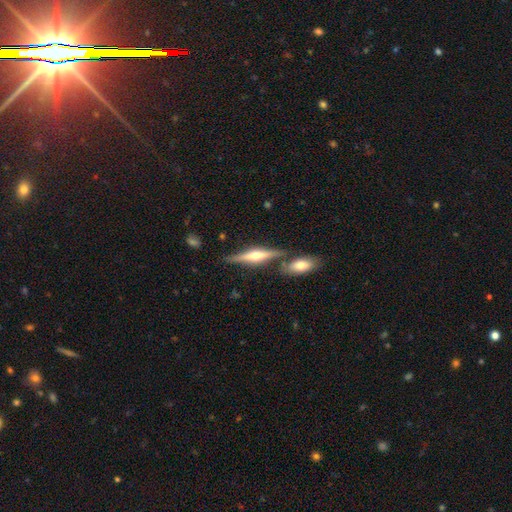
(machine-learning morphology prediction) smooth_or_featured: featured or disk (p=0.70) [alt: smooth p=0.24]
disk_edge_on: yes (p=0.97) [alt: no p=0.03]
edge_on_bulge: rounded (p=0.86) [alt: boxy p=0.09]
merging: none (p=0.74) [alt: merger p=0.13]